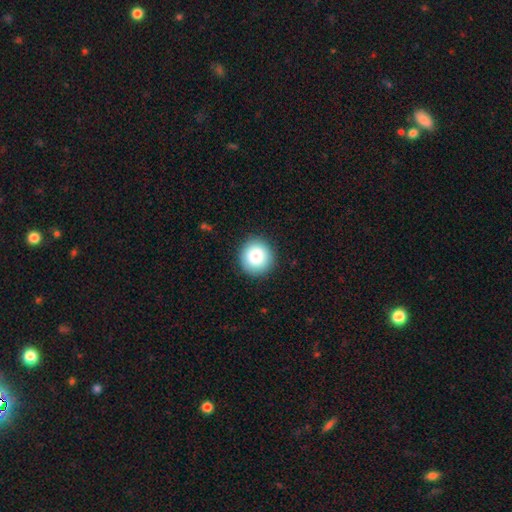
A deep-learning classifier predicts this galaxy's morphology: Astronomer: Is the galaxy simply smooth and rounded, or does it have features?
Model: smooth — 83%.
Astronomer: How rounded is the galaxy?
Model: round — 93%.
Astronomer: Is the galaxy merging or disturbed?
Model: none — 91%.